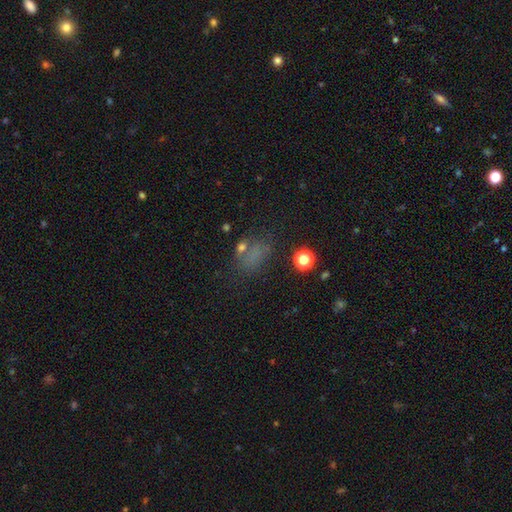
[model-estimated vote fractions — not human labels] The model was most divided on "smooth or featured": smooth: 54%, star or artifact: 31%, featured or disk: 15%. More confident: how rounded — in between (71%); merging — none (55%).